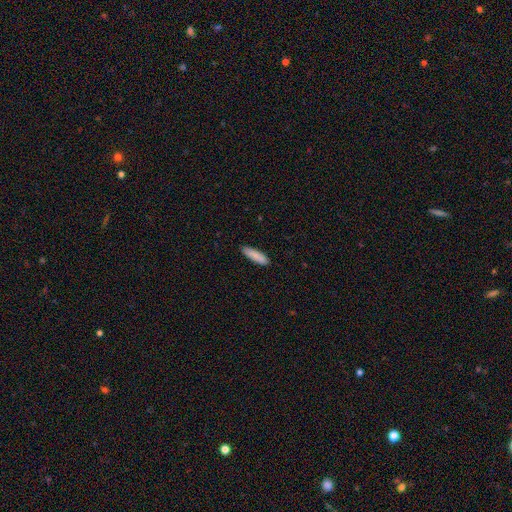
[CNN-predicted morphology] A smooth galaxy with no disk features (87%) that is cigar-shaped (66%).

Vote fractions:
- Smooth or featured? smooth: 87% / featured or disk: 7% / star or artifact: 6%
- How rounded? cigar-shaped: 66% / in between: 33% / round: 1%
- Merging? none: 89% / minor disturbance: 9% / major disturbance: 2% / merger: 1%